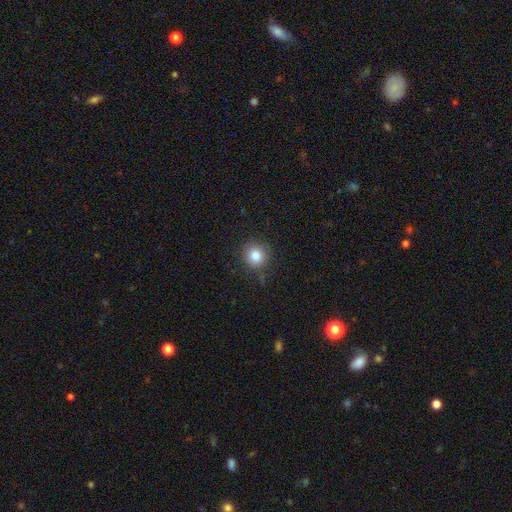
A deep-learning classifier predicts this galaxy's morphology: Q: Smooth or featured?
A: smooth (83%); runner-up: star or artifact (11%)
Q: How rounded?
A: round (91%); runner-up: in between (8%)
Q: Merging?
A: none (87%); runner-up: minor disturbance (9%)